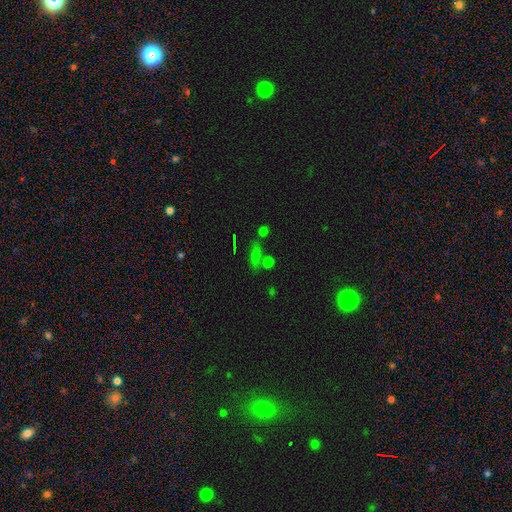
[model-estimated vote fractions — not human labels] Overall: smooth (53%; star or artifact 31%). How rounded: in between (51%; cigar-shaped 25%). Merging: none (64%).